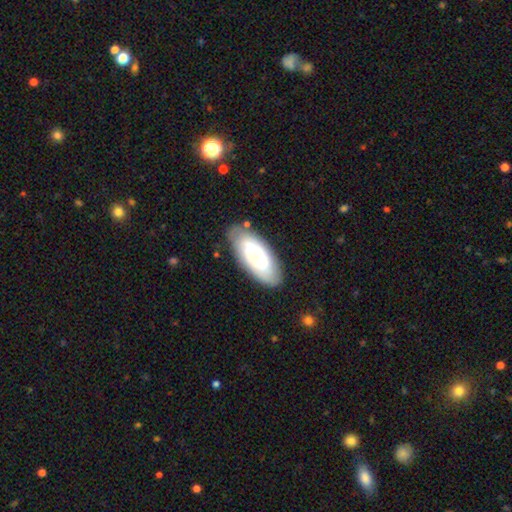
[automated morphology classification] Smooth or featured?
  - smooth: 53% *
  - featured or disk: 41%
  - star or artifact: 7%
How rounded?
  - in between: 84% *
  - cigar-shaped: 14%
  - round: 2%
Merging?
  - none: 79% *
  - minor disturbance: 16%
  - major disturbance: 4%
  - merger: 2%